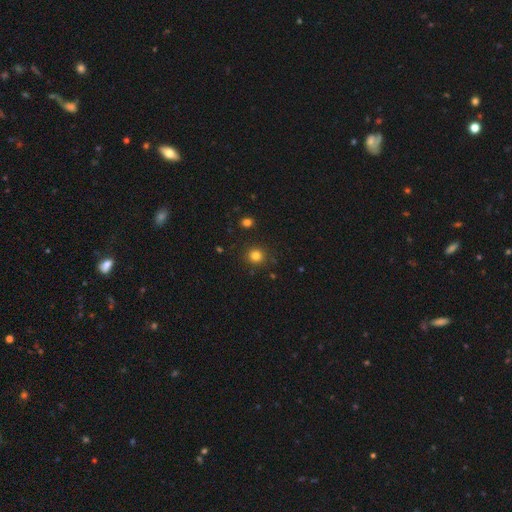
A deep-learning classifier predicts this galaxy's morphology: The model was most divided on "smooth or featured": smooth: 81%, star or artifact: 14%, featured or disk: 5%. More confident: how rounded — round (91%); merging — none (88%).